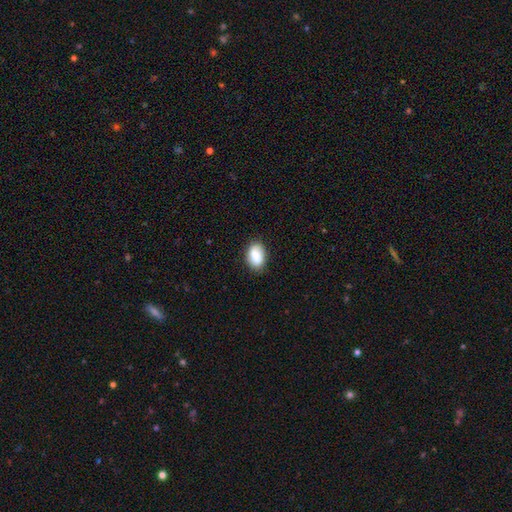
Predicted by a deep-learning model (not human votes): Morphology: type=smooth (88%); roundness=in between (90%); merging=none (82%).